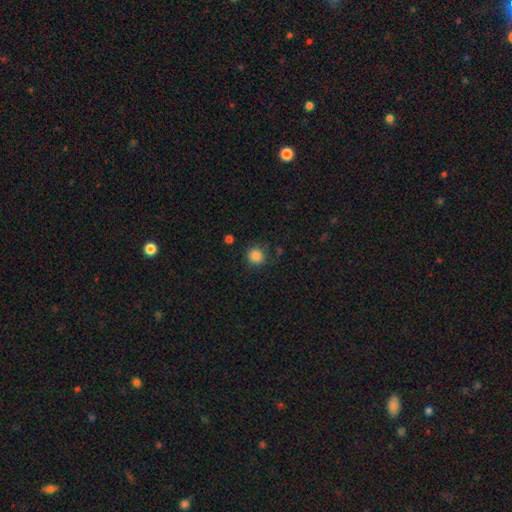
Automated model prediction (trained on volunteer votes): Smooth or featured: smooth — 86% (star or artifact — 11%)
How rounded: round — 91% (in between — 8%)
Merging: none — 84% (minor disturbance — 10%)